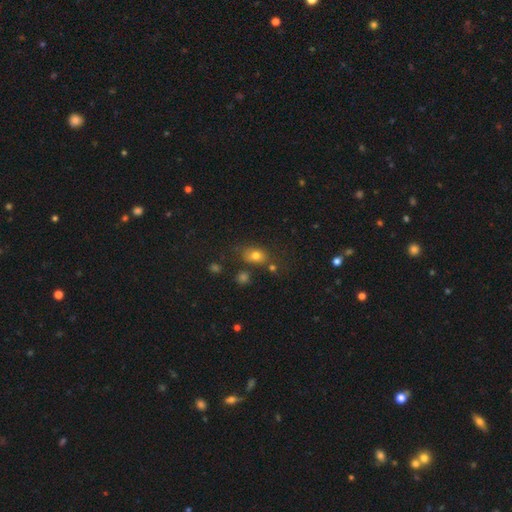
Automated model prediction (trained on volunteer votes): Smooth or featured? smooth (75%)
How rounded? in between (65%)
Merging? none (67%)